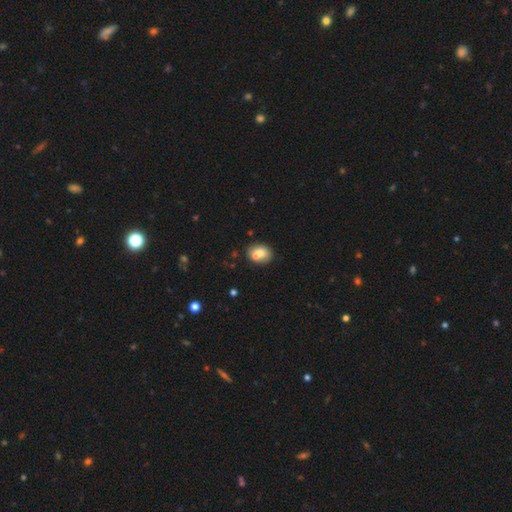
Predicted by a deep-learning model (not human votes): The model was most divided on "merging": none: 54%, merger: 28%, minor disturbance: 14%, major disturbance: 4%. More confident: smooth or featured — smooth (73%); how rounded — in between (64%).